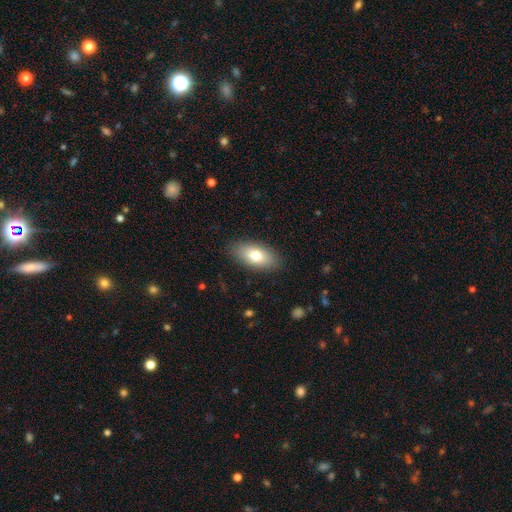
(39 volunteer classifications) Smooth or featured? 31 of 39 (79%) said smooth. How rounded? 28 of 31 (90%) said in between. Merging? 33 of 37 (89%) said none.